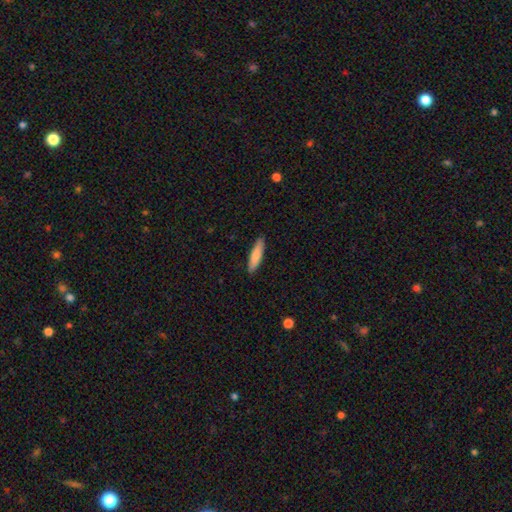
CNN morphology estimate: Q: Smooth or featured?
A: smooth (80%); runner-up: featured or disk (15%)
Q: How rounded?
A: cigar-shaped (77%); runner-up: in between (22%)
Q: Merging?
A: none (89%); runner-up: minor disturbance (8%)